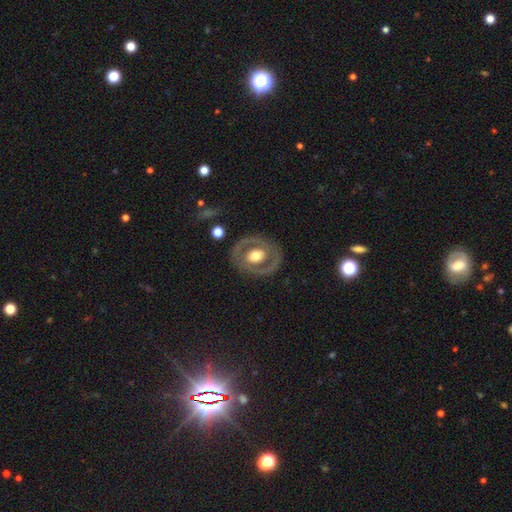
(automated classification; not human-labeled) Q: Smooth or featured?
A: featured or disk (66%); runner-up: smooth (29%)
Q: Edge-on disk?
A: no (95%); runner-up: yes (5%)
Q: Bar?
A: no (68%); runner-up: weak (21%)
Q: Spiral arms?
A: no (69%); runner-up: yes (31%)
Q: Bulge size?
A: moderate (58%); runner-up: large (33%)
Q: Merging?
A: none (80%); runner-up: minor disturbance (12%)